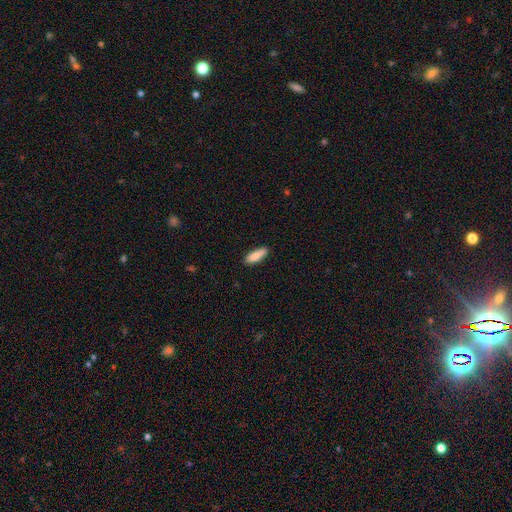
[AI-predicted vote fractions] smooth 86%, featured or disk 8%, star or artifact 6%. Down the decision tree: how rounded — in between (52%); merging — none (87%).